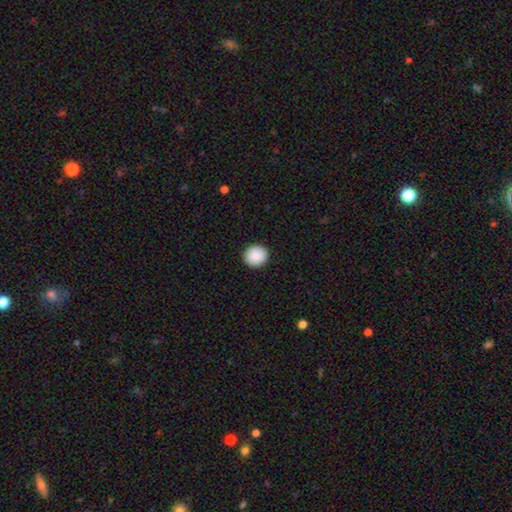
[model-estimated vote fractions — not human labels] The model was most divided on "smooth or featured": smooth: 90%, star or artifact: 8%, featured or disk: 3%. More confident: merging — none (93%); how rounded — round (92%).